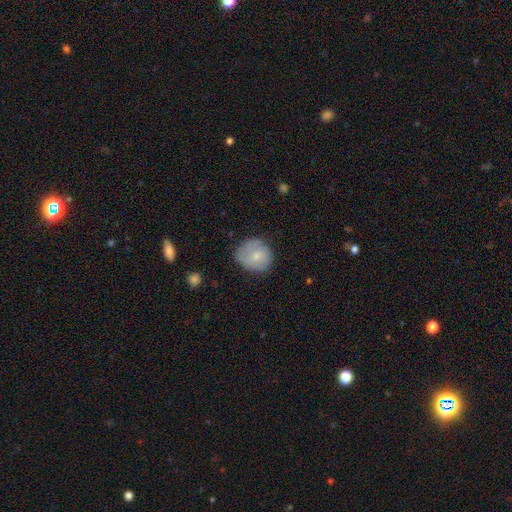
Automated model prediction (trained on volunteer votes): Smooth or featured?
  - smooth: 67% *
  - featured or disk: 26%
  - star or artifact: 7%
How rounded?
  - round: 78% *
  - in between: 21%
  - cigar-shaped: 1%
Merging?
  - none: 62% *
  - minor disturbance: 27%
  - major disturbance: 9%
  - merger: 2%